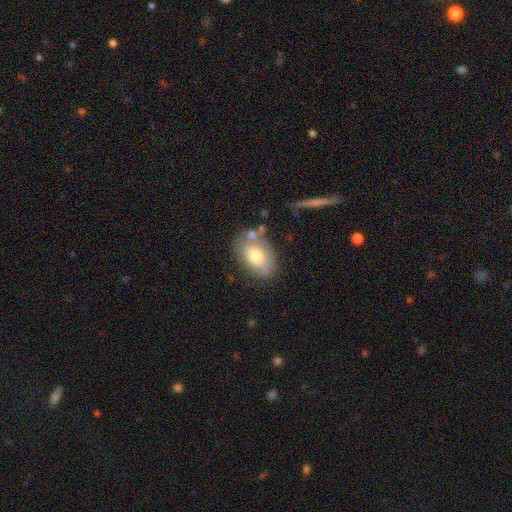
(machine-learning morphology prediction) Smooth or featured: smooth — 72% (featured or disk — 20%)
How rounded: in between — 84% (round — 15%)
Merging: none — 63% (minor disturbance — 20%)